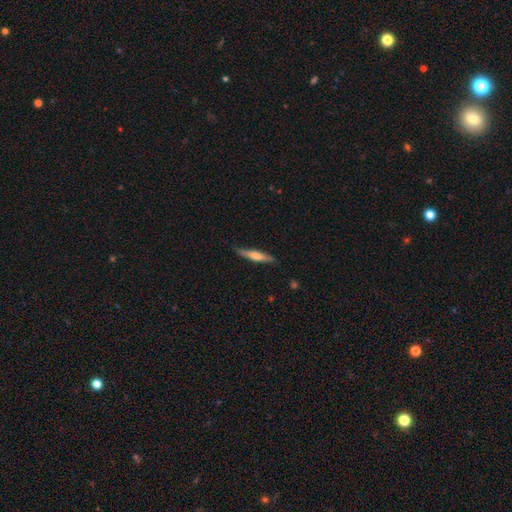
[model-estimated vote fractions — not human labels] Morphology: type=smooth (50%); merging=none (83%).